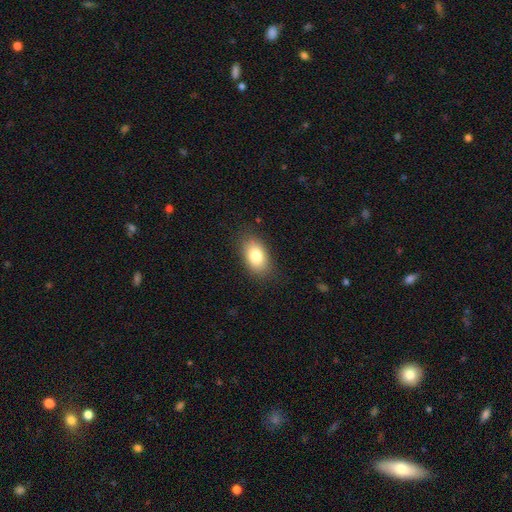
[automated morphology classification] A smooth galaxy with no disk features (81%) that is in between round and cigar-shaped (90%). Merging: none (83%).